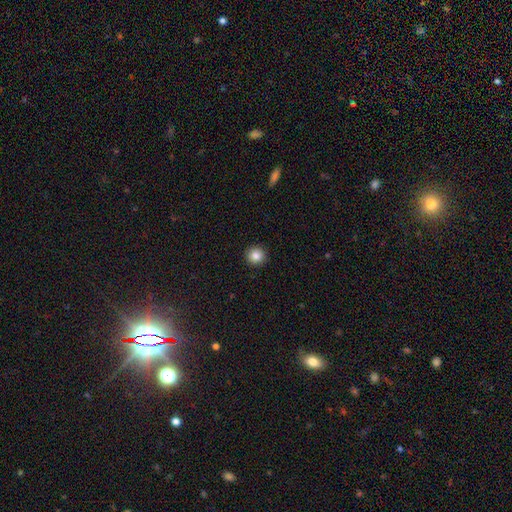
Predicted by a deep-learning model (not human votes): Smooth or featured? Predicted: smooth (p=0.85). How rounded? Predicted: round (p=0.94). Merging? Predicted: none (p=0.93).